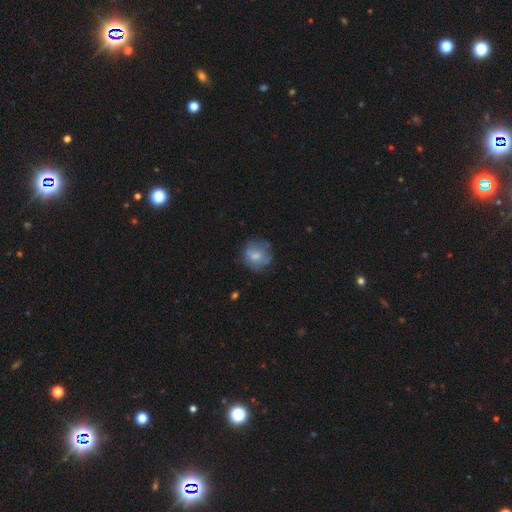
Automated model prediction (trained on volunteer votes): Overall: smooth (66%). How rounded: round (79%). Merging: none (64%).